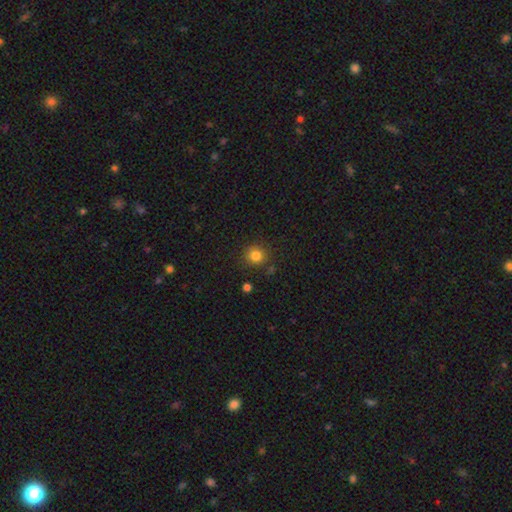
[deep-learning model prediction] The model was most divided on "smooth or featured": smooth: 83%, star or artifact: 12%, featured or disk: 5%. More confident: how rounded — round (90%); merging — none (85%).